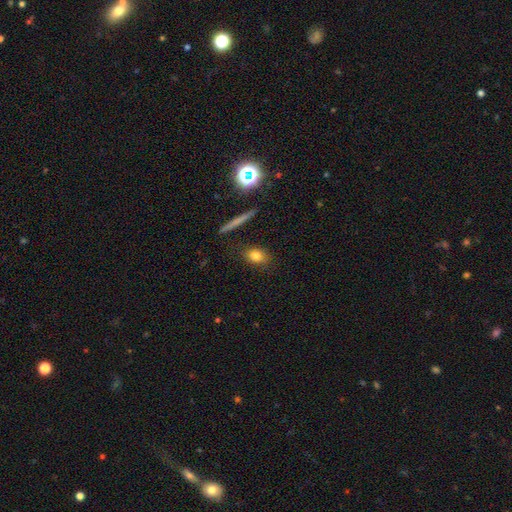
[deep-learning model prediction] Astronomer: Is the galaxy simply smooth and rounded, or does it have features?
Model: smooth — 80%.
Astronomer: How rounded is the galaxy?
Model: in between — 65%.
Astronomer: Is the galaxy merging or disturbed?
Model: none — 83%.